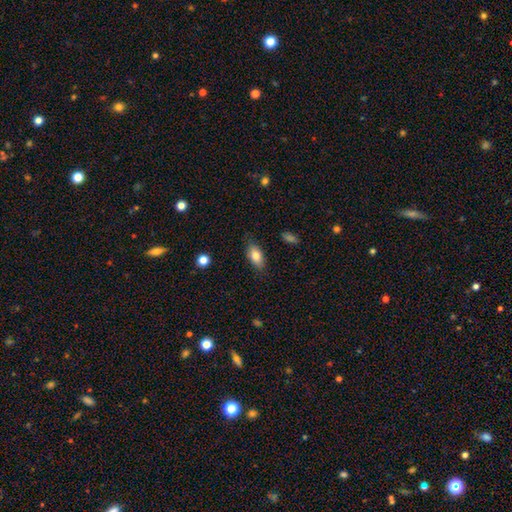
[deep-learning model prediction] Morphology: type=smooth (80%); roundness=in between (89%); merging=none (82%).